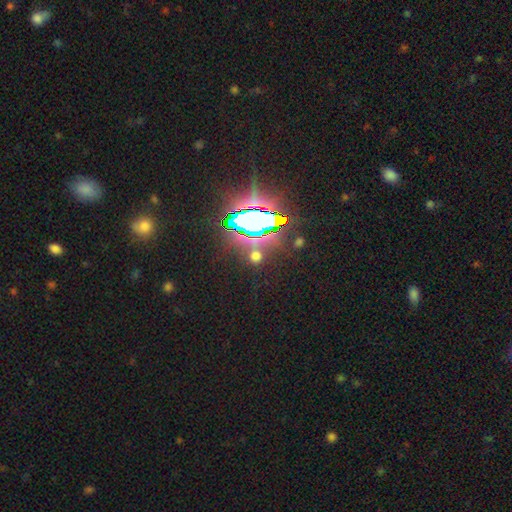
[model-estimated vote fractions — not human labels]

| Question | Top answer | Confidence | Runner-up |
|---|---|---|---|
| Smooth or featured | star or artifact | 55% | smooth (38%) |